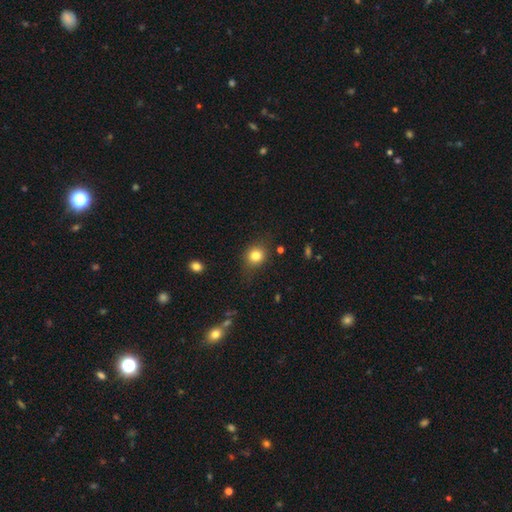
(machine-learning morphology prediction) A smooth galaxy with no disk features (80%) that is round (74%). Merging: none (78%).